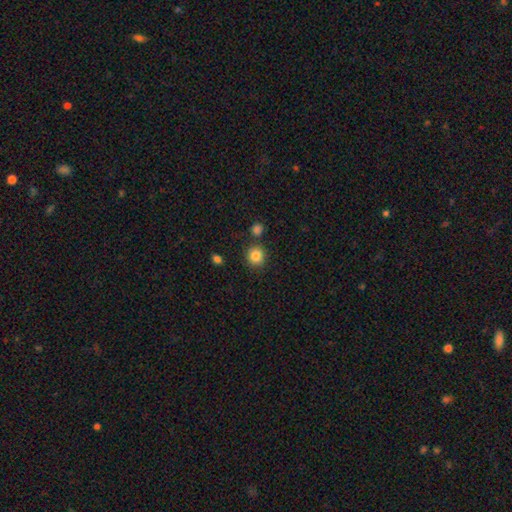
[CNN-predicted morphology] Smooth or featured?
  - smooth: 85% *
  - star or artifact: 10%
  - featured or disk: 5%
How rounded?
  - round: 90% *
  - in between: 9%
  - cigar-shaped: 1%
Merging?
  - none: 82% *
  - minor disturbance: 8%
  - merger: 7%
  - major disturbance: 3%